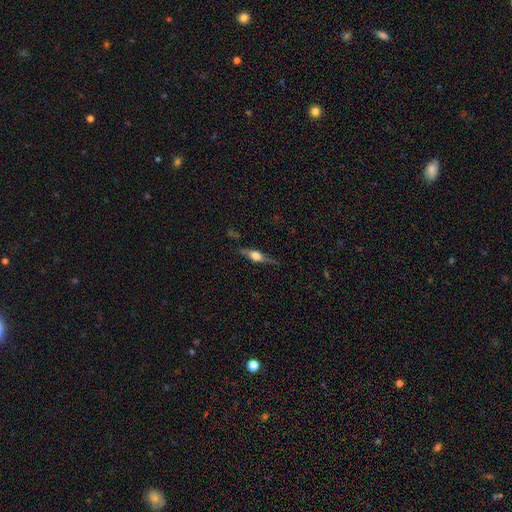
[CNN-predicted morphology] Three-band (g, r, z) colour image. It shows a featured or disk galaxy (70%) viewed edge-on (96%) with a rounded central bulge (90%). Merging: none (81%).